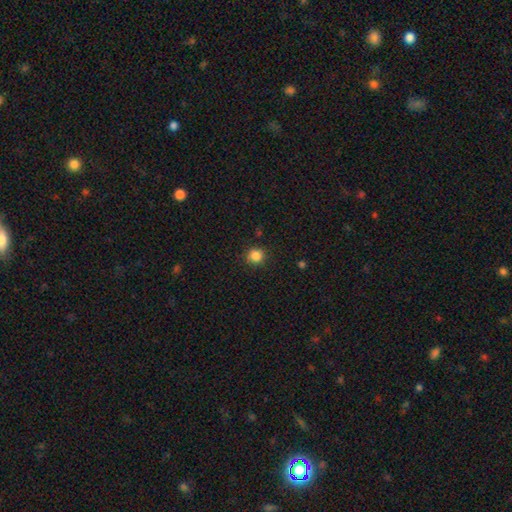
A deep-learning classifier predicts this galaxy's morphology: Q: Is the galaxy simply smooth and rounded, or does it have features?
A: smooth — 84%.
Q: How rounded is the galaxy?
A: round — 93%.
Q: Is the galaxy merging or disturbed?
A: none — 89%.